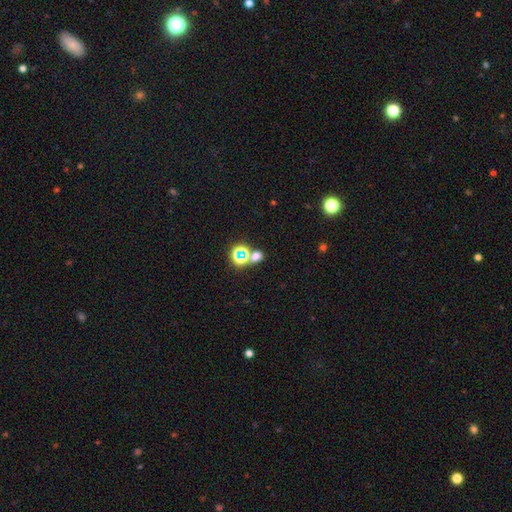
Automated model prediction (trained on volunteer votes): smooth 50%, star or artifact 41%, featured or disk 9%. Down the decision tree: how rounded — round (69%); merging — none (65%).